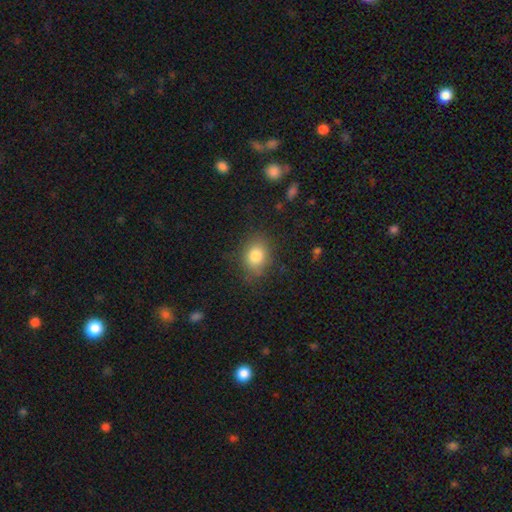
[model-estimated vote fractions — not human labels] The model was most divided on "how rounded": in between: 59%, round: 40%, cigar-shaped: 1%. More confident: smooth or featured — smooth (81%); merging — none (79%).